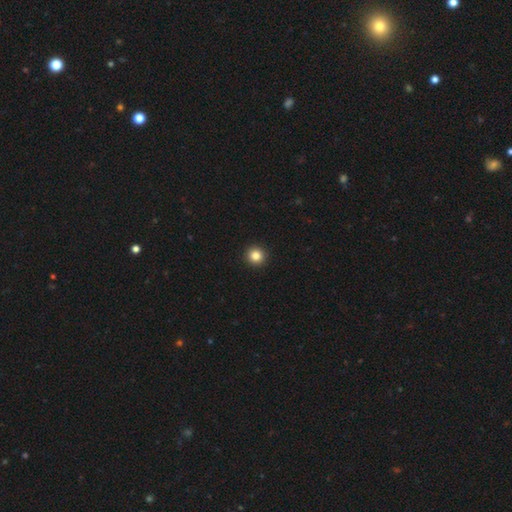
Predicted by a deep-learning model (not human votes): smooth 84%, star or artifact 11%, featured or disk 5%. Down the decision tree: how rounded — round (96%); merging — none (94%).